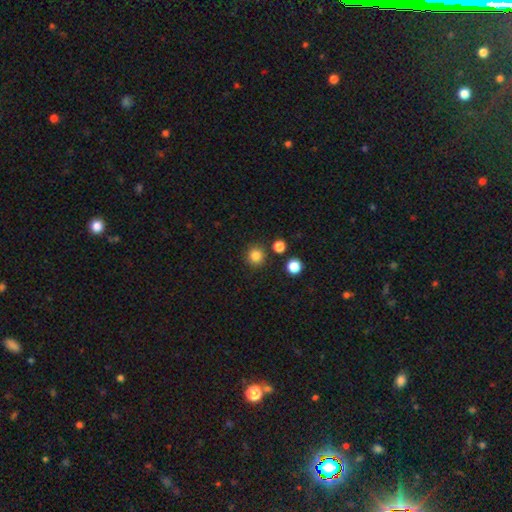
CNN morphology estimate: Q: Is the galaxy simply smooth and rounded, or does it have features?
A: smooth — 84%.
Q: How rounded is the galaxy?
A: round — 93%.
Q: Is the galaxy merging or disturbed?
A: none — 86%.